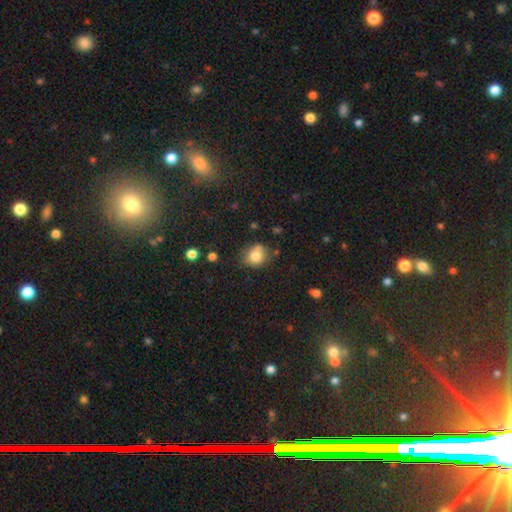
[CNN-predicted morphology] A smooth galaxy with no disk features (79%) that is round (71%). Merging: none (65%).